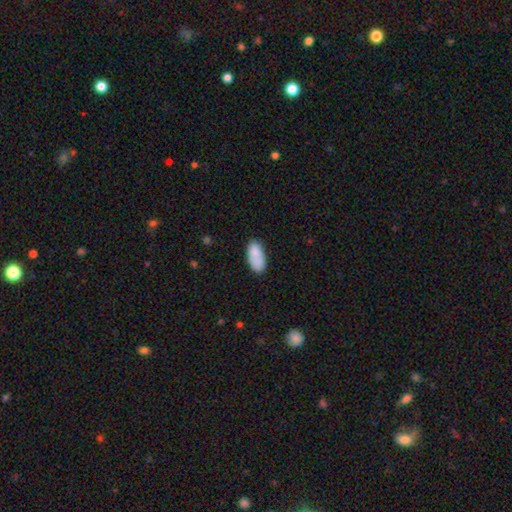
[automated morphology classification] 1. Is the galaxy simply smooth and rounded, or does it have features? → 83% smooth, 10% featured or disk, 7% star or artifact.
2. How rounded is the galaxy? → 91% in between, 6% cigar-shaped, 3% round.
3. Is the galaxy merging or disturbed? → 62% none, 23% minor disturbance, 9% merger, 6% major disturbance.